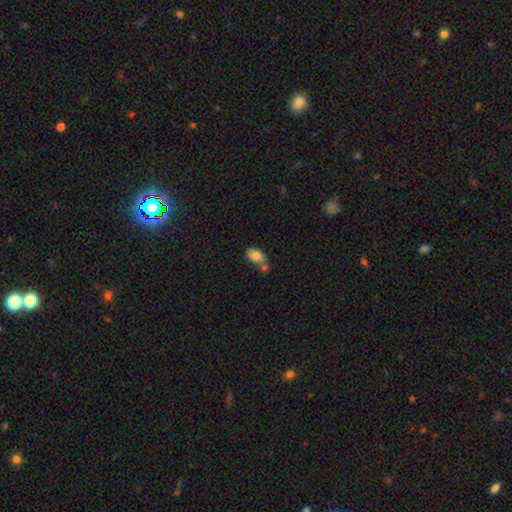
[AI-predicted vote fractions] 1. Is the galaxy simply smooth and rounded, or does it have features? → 81% smooth, 11% featured or disk, 8% star or artifact.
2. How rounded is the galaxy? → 87% in between, 11% round, 2% cigar-shaped.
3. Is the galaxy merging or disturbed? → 49% none, 30% merger, 17% minor disturbance, 5% major disturbance.